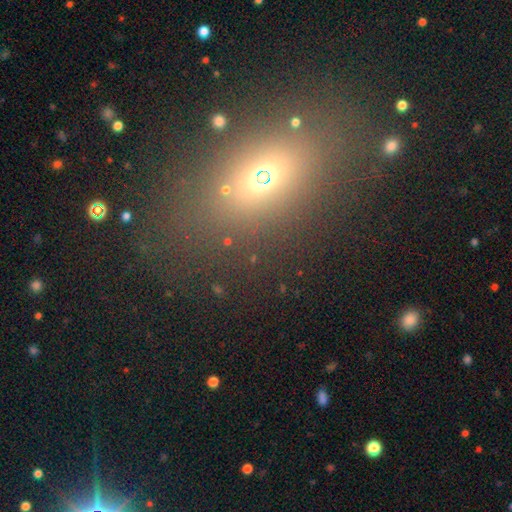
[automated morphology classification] Smooth or featured: smooth — 52% (star or artifact — 31%)
How rounded: in between — 74% (round — 17%)
Merging: none — 81% (minor disturbance — 10%)